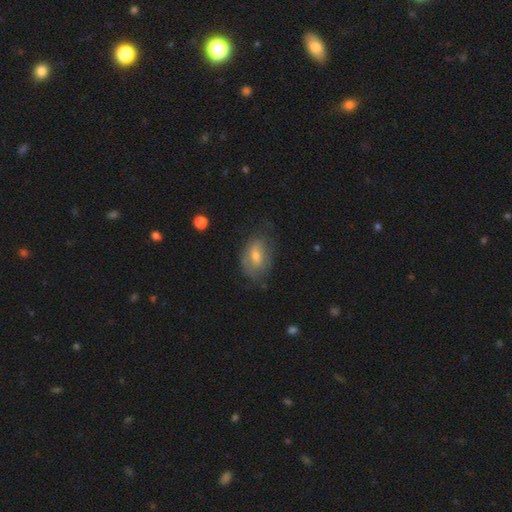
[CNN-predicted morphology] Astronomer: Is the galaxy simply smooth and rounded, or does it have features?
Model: smooth — 49% (runner-up: featured or disk, 42%).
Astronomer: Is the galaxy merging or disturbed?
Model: none — 60%.